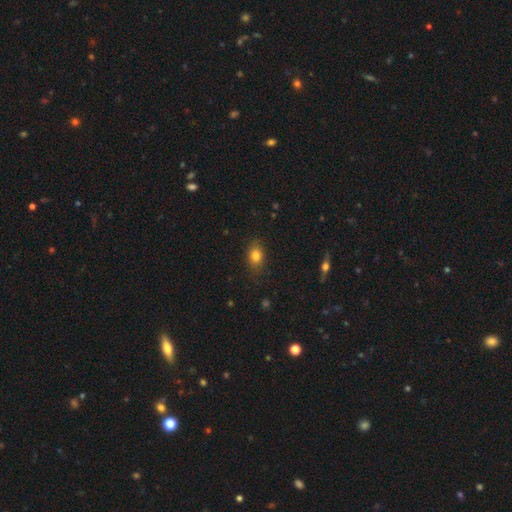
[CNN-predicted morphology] smooth_or_featured: smooth (p=0.81) [alt: star or artifact p=0.10]
how_rounded: in between (p=0.70) [alt: round p=0.28]
merging: none (p=0.79) [alt: minor disturbance p=0.16]